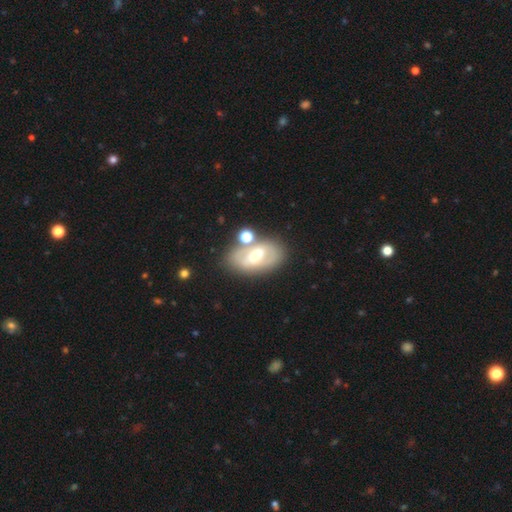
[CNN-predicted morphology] Smooth or featured? Predicted: featured or disk (p=0.61). Edge-on disk? Predicted: no (p=0.90). Bar? Predicted: strong (p=0.38). Spiral arms? Predicted: no (p=0.65). Bulge size? Predicted: moderate (p=0.69). Merging? Predicted: none (p=0.67).